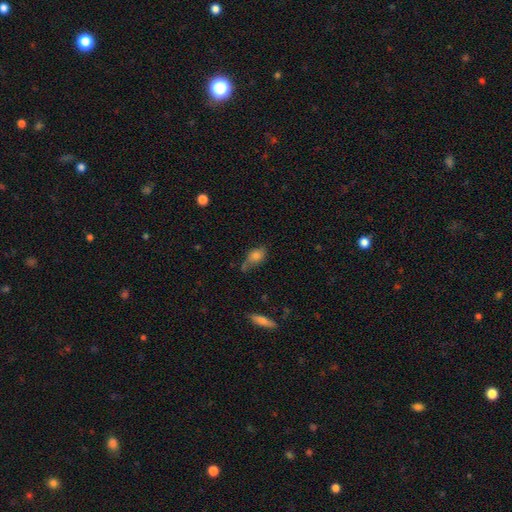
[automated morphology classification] Smooth or featured? smooth (70%)
How rounded? in between (79%)
Merging? none (46%)